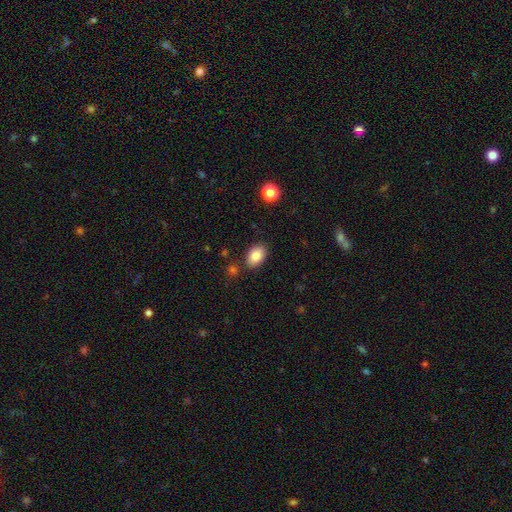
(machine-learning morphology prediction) smooth 85%, star or artifact 8%, featured or disk 8%. Down the decision tree: how rounded — in between (87%); merging — none (84%).